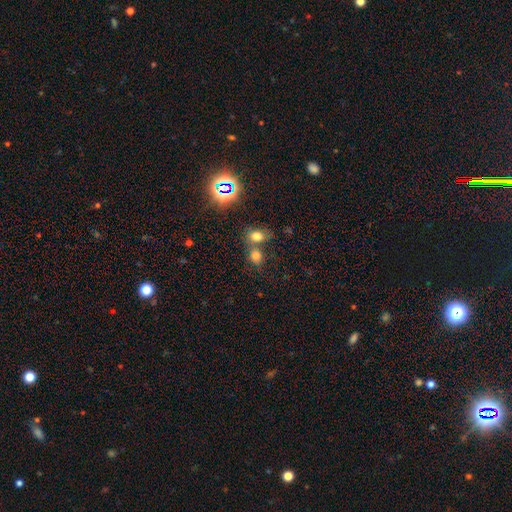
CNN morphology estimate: Q: Smooth or featured?
A: smooth (73%); runner-up: star or artifact (19%)
Q: How rounded?
A: round (54%); runner-up: in between (44%)
Q: Merging?
A: none (49%); runner-up: merger (38%)